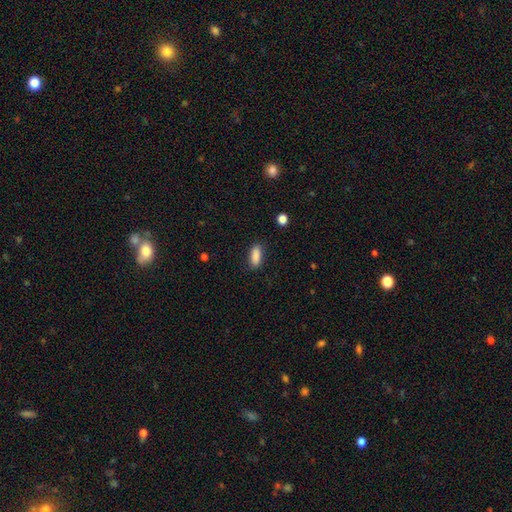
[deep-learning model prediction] A smooth galaxy with no disk features (88%) that is in between round and cigar-shaped (74%).

Vote fractions:
- Smooth or featured? smooth: 88% / star or artifact: 7% / featured or disk: 5%
- How rounded? in between: 74% / cigar-shaped: 23% / round: 3%
- Merging? none: 85% / minor disturbance: 11% / major disturbance: 3% / merger: 1%